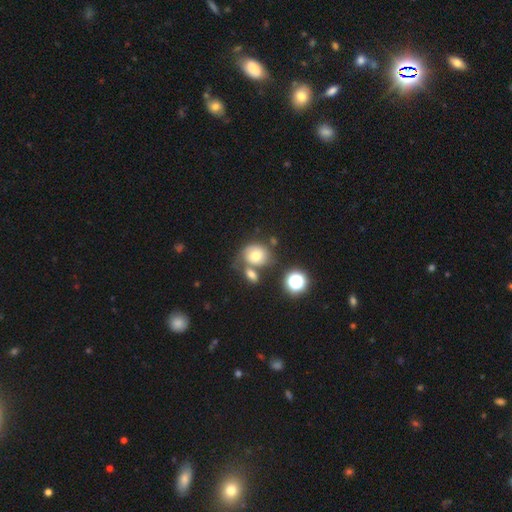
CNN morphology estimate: type=smooth (63%); roundness=round (63%); merging=none (47%).